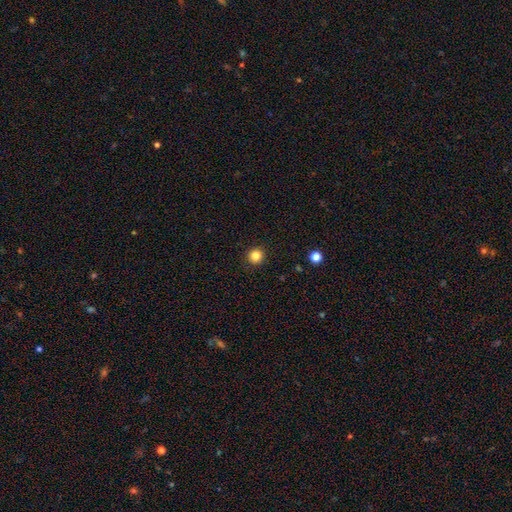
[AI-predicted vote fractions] A smooth galaxy with no disk features (83%) that is round (94%).

Vote fractions:
- Smooth or featured? smooth: 83% / star or artifact: 12% / featured or disk: 5%
- How rounded? round: 94% / in between: 5% / cigar-shaped: 1%
- Merging? none: 93% / minor disturbance: 5% / major disturbance: 2% / merger: 1%